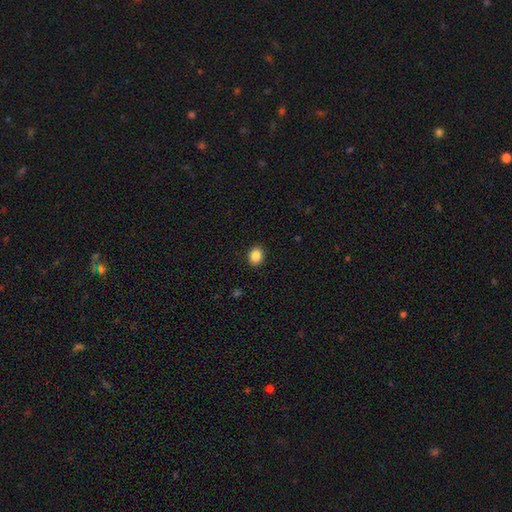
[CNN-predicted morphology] A smooth galaxy with no disk features (87%) that is round (57%).

Vote fractions:
- Smooth or featured? smooth: 87% / star or artifact: 10% / featured or disk: 4%
- How rounded? round: 57% / in between: 42% / cigar-shaped: 1%
- Merging? none: 90% / minor disturbance: 7% / major disturbance: 2% / merger: 1%